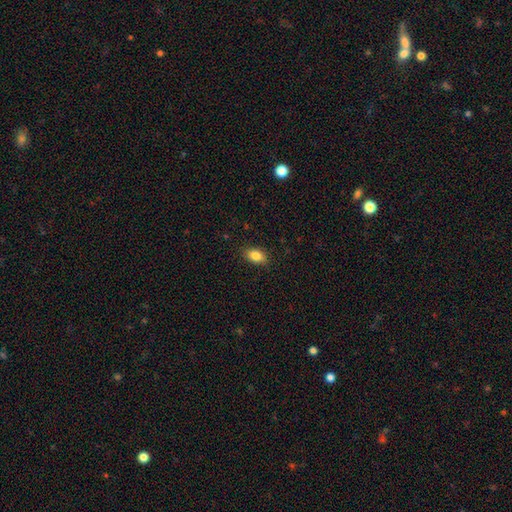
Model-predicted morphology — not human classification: Smooth or featured: smooth — 85% (star or artifact — 8%)
How rounded: in between — 87% (round — 10%)
Merging: none — 87% (minor disturbance — 9%)